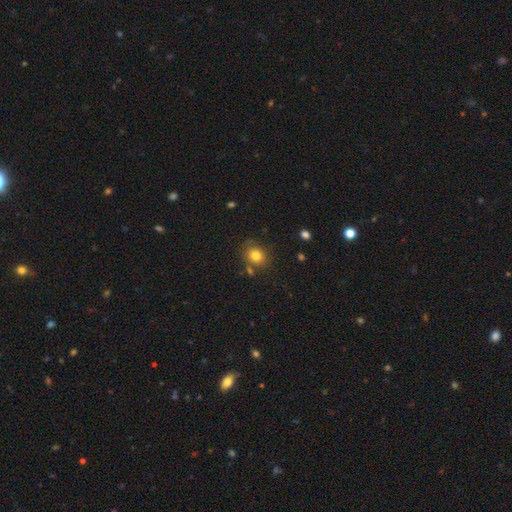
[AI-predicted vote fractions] Smooth or featured: smooth — 79% (star or artifact — 11%)
How rounded: round — 64% (in between — 35%)
Merging: none — 73% (minor disturbance — 15%)